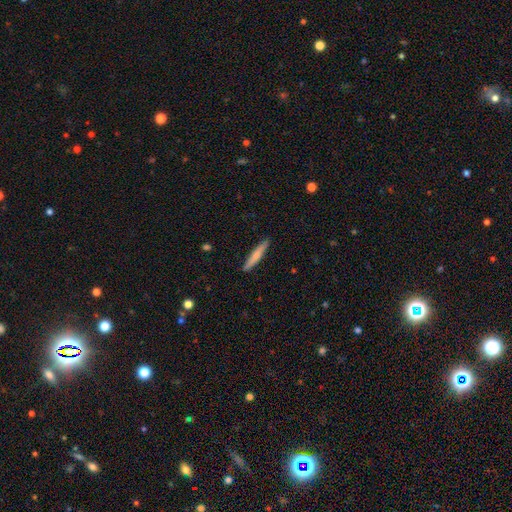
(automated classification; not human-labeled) A smooth galaxy with no disk features (69%) that is cigar-shaped (93%). Merging: none (90%).